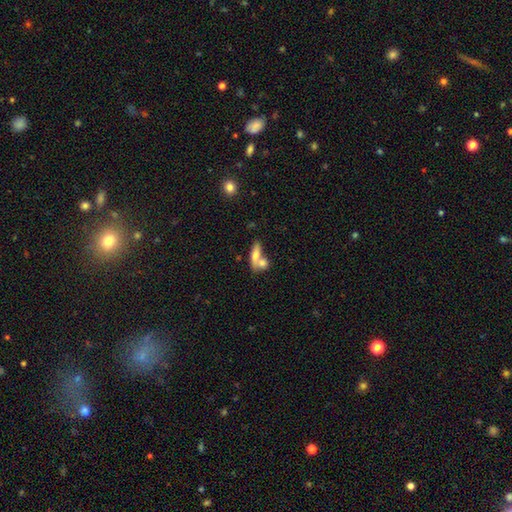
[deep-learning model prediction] Smooth or featured?
  - smooth: 69% *
  - featured or disk: 23%
  - star or artifact: 8%
How rounded?
  - in between: 59% *
  - cigar-shaped: 34%
  - round: 7%
Merging?
  - merger: 51% *
  - none: 34%
  - minor disturbance: 10%
  - major disturbance: 5%